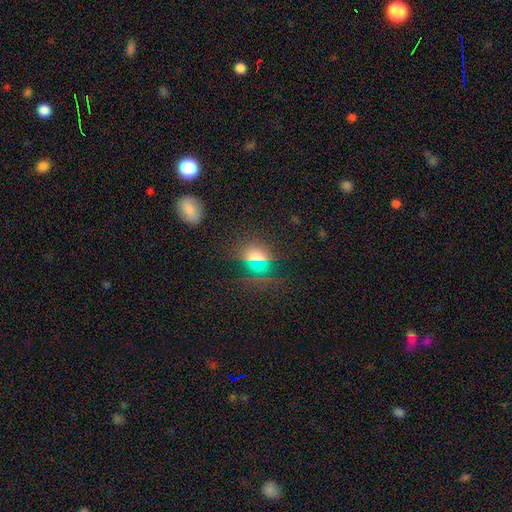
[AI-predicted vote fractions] This appears to be a smooth galaxy with no disk features (45%). Merging: none (71%).